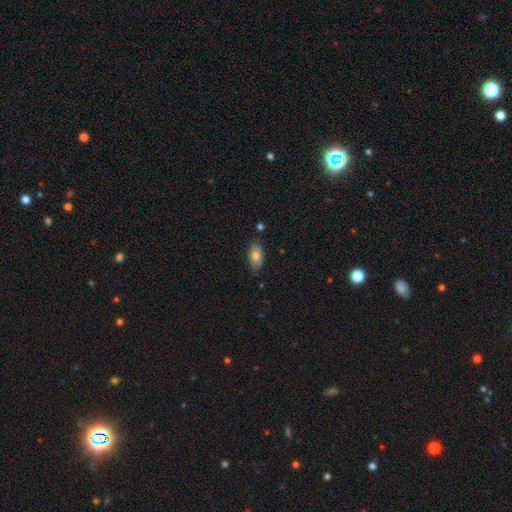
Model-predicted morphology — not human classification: This is likely a smooth galaxy (76%). How rounded: clearly in between (90%). Merging: clearly none (81%).